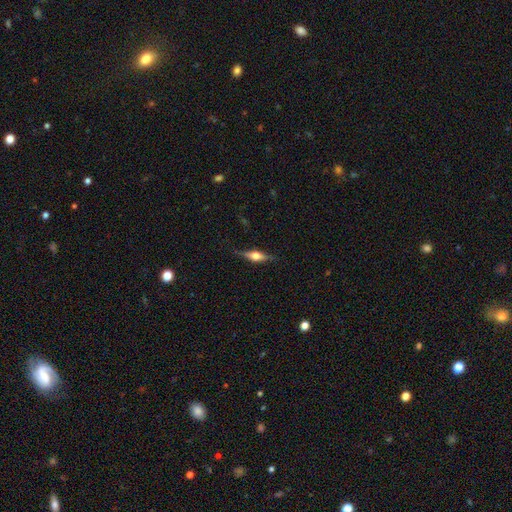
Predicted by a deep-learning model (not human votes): Q: Smooth or featured?
A: featured or disk (67%); runner-up: smooth (27%)
Q: Edge-on disk?
A: yes (96%); runner-up: no (4%)
Q: Edge-on bulge?
A: rounded (92%); runner-up: boxy (6%)
Q: Merging?
A: none (84%); runner-up: minor disturbance (12%)